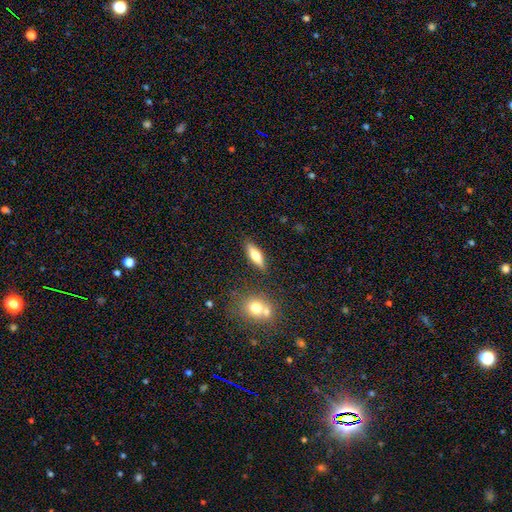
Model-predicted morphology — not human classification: Q: Smooth or featured?
A: smooth (61%); runner-up: featured or disk (32%)
Q: How rounded?
A: cigar-shaped (50%); runner-up: in between (47%)
Q: Merging?
A: none (84%); runner-up: minor disturbance (9%)